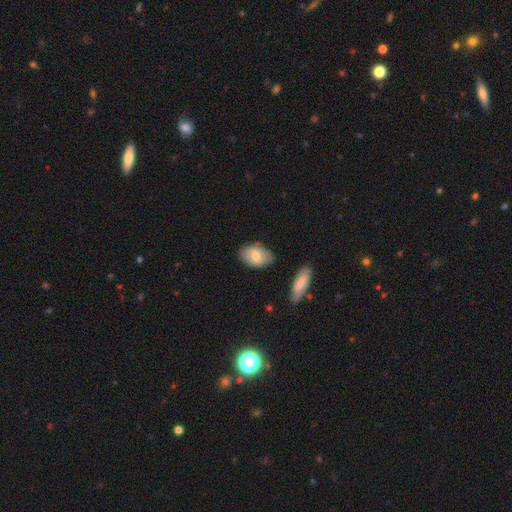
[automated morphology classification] Q: Smooth or featured?
A: smooth (62%); runner-up: featured or disk (32%)
Q: How rounded?
A: in between (90%); runner-up: round (8%)
Q: Merging?
A: none (73%); runner-up: minor disturbance (19%)